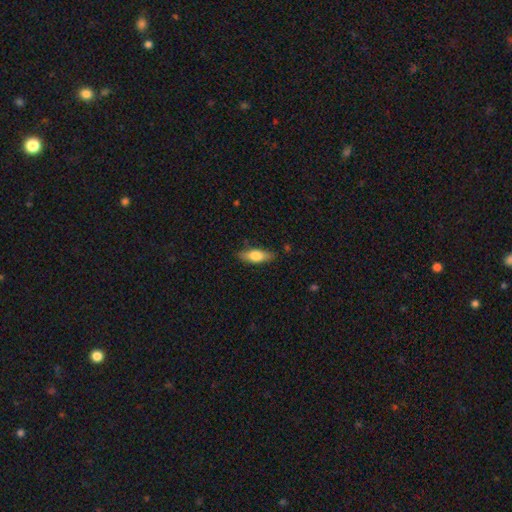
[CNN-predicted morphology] Smooth or featured: smooth — 73% (featured or disk — 21%)
How rounded: in between — 65% (cigar-shaped — 32%)
Merging: none — 83% (minor disturbance — 13%)